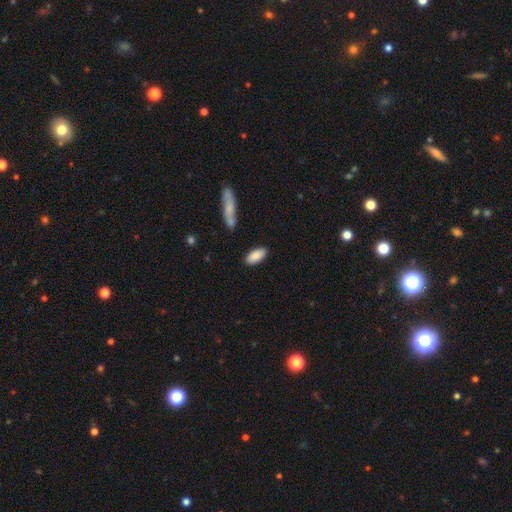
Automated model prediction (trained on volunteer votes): The model was most divided on "merging": none: 85%, minor disturbance: 10%, merger: 3%, major disturbance: 2%. More confident: how rounded — in between (89%); smooth or featured — smooth (87%).